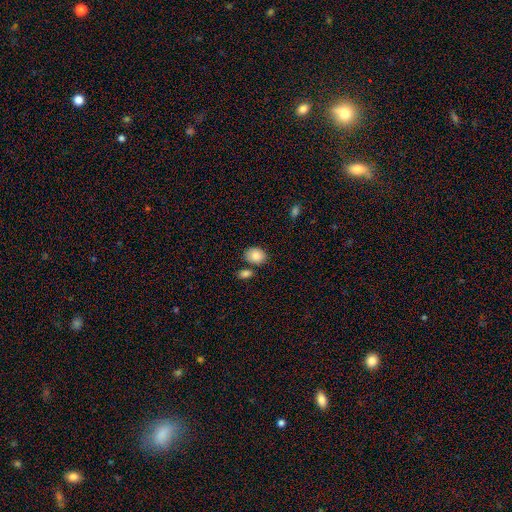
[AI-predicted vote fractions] This appears to be a smooth galaxy with no disk features (86%) that is in between round and cigar-shaped (60%). Merging: none (72%).